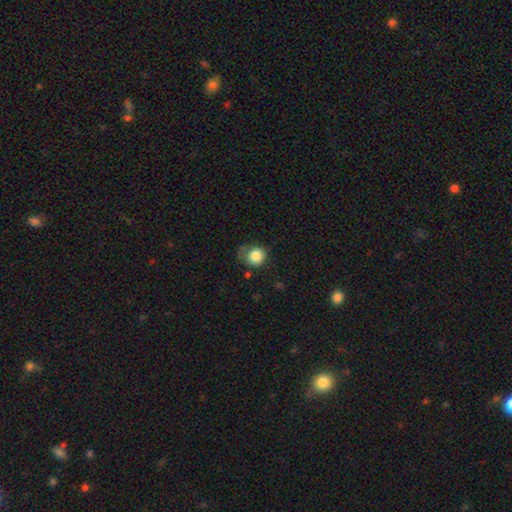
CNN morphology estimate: A smooth galaxy with no disk features (83%) that is round (82%). Merging: none (49%).